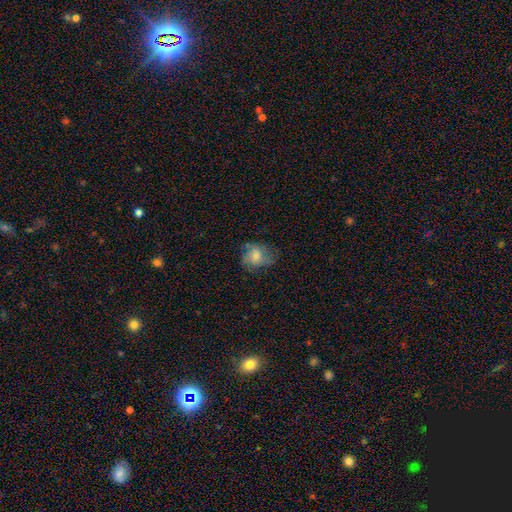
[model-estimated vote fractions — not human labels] smooth 58%, featured or disk 33%, star or artifact 9%. Down the decision tree: how rounded — round (55%); merging — none (58%).